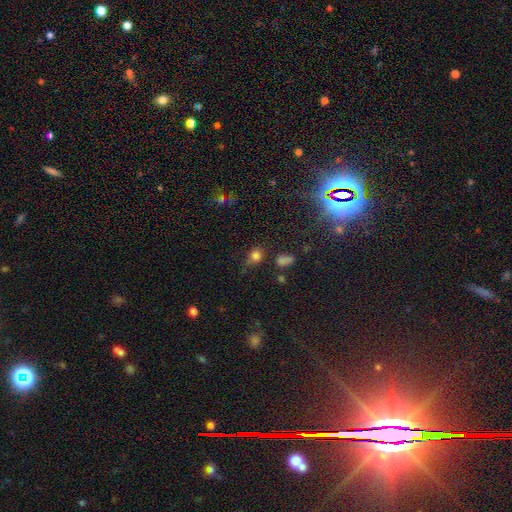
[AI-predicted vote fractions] smooth 74%, star or artifact 19%, featured or disk 7%. Down the decision tree: how rounded — round (68%); merging — none (55%).